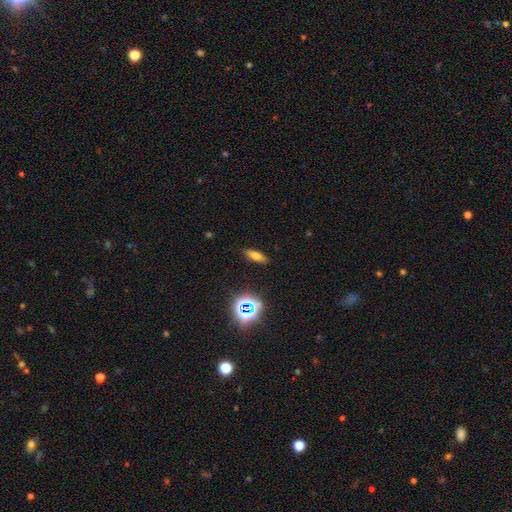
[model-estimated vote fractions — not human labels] A smooth galaxy with no disk features (65%) that is in between round and cigar-shaped (54%). Merging: none (88%).